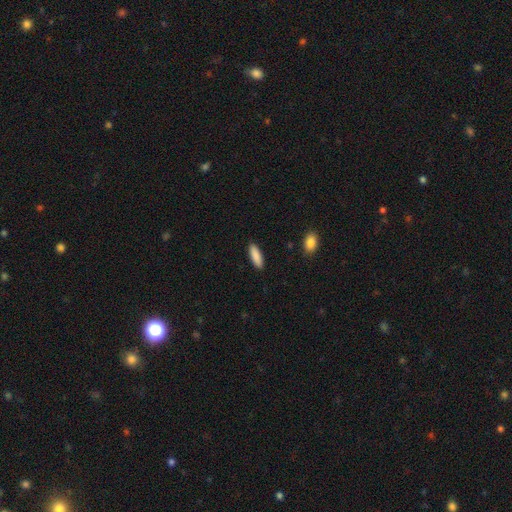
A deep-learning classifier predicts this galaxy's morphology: Smooth or featured?
  - smooth: 89% *
  - star or artifact: 6%
  - featured or disk: 6%
How rounded?
  - in between: 51% *
  - cigar-shaped: 47%
  - round: 2%
Merging?
  - none: 90% *
  - minor disturbance: 7%
  - major disturbance: 2%
  - merger: 1%